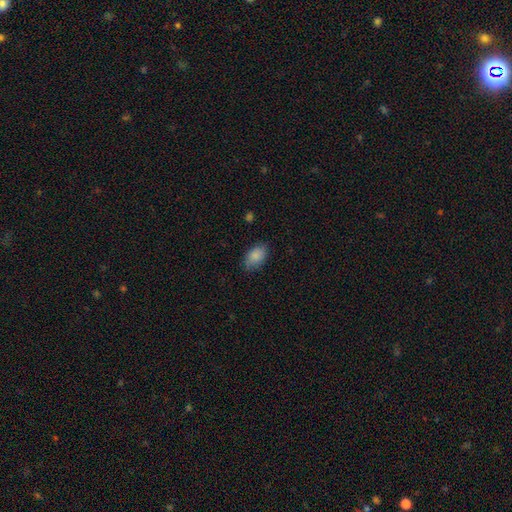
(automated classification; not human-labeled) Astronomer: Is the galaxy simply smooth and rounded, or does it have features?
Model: smooth — 86%.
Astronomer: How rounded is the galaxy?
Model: in between — 89%.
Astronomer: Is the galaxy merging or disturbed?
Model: none — 77%.